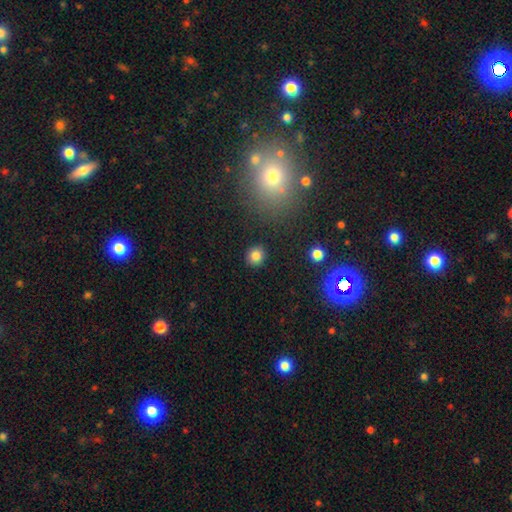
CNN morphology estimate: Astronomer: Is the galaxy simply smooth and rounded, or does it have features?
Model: smooth — 83%.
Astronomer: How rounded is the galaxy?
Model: round — 85%.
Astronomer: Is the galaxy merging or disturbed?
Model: none — 89%.